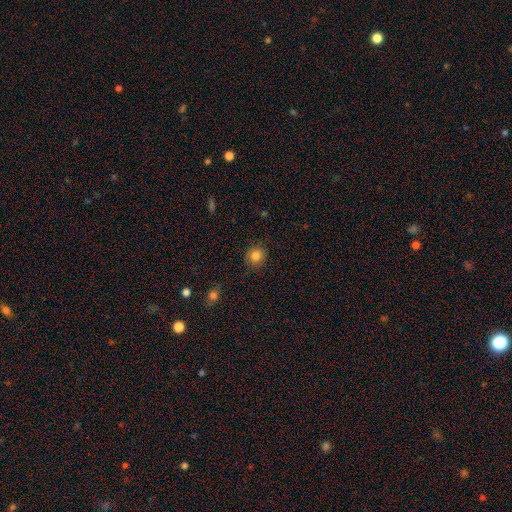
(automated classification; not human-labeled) Morphology: type=smooth (82%); roundness=round (84%); merging=none (84%).